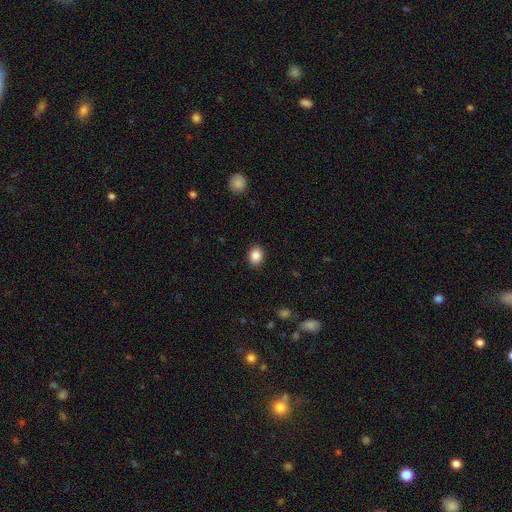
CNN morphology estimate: The model was most divided on "how rounded": in between: 53%, round: 46%, cigar-shaped: 1%. More confident: merging — none (89%); smooth or featured — smooth (87%).